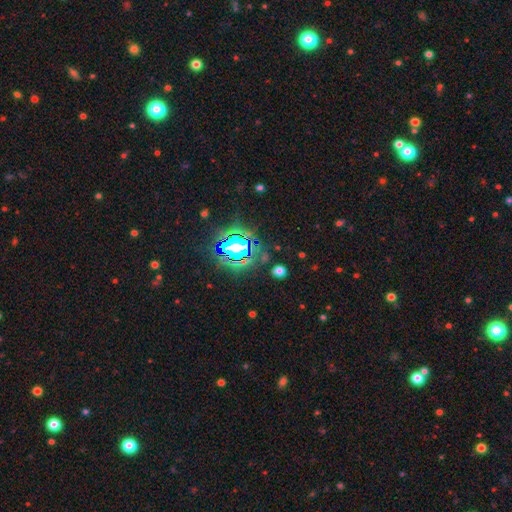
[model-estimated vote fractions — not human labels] star or artifact 82%, smooth 11%, featured or disk 7%.